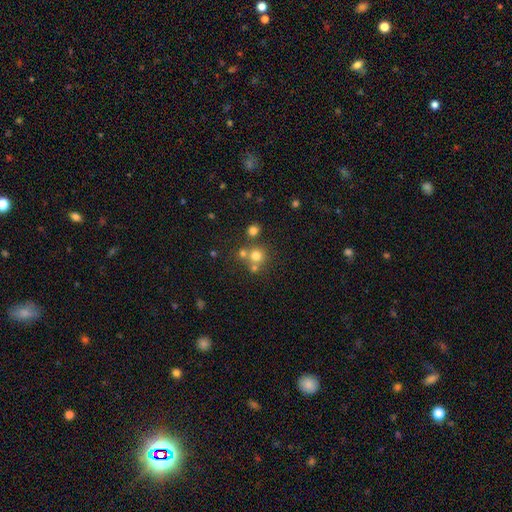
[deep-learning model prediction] A smooth galaxy with no disk features (71%) that is round (90%). Merging: none (60%).